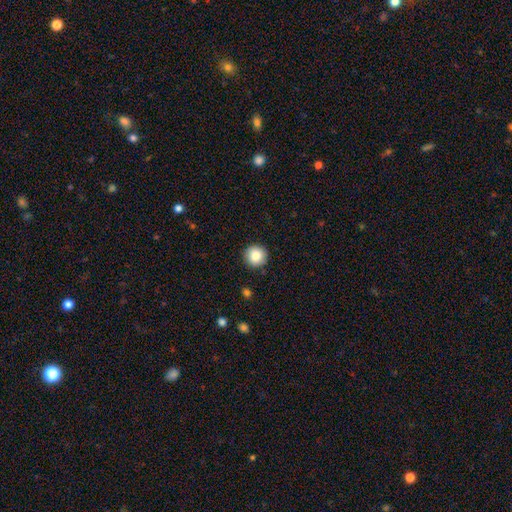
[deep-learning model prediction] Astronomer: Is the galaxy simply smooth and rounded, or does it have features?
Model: smooth — 86%.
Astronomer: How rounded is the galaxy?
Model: round — 95%.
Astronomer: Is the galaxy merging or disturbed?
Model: none — 91%.